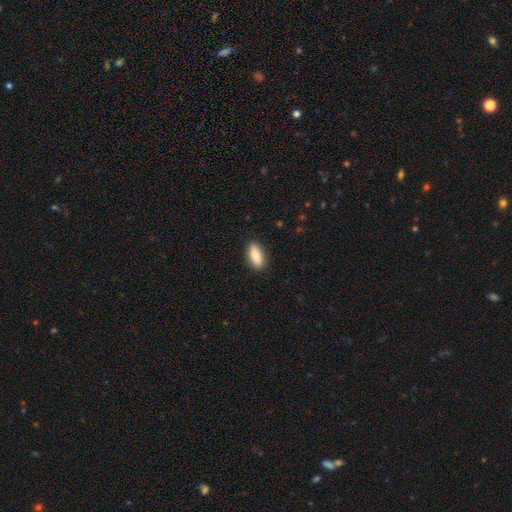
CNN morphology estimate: The model was most divided on "how rounded": in between: 78%, cigar-shaped: 19%, round: 3%. More confident: merging — none (85%); smooth or featured — smooth (79%).